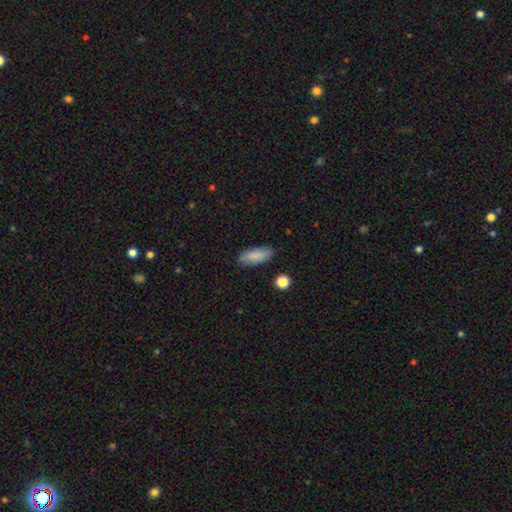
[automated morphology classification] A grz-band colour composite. It shows a smooth galaxy with no disk features (86%) that is in between round and cigar-shaped (77%). Merging: none (86%).